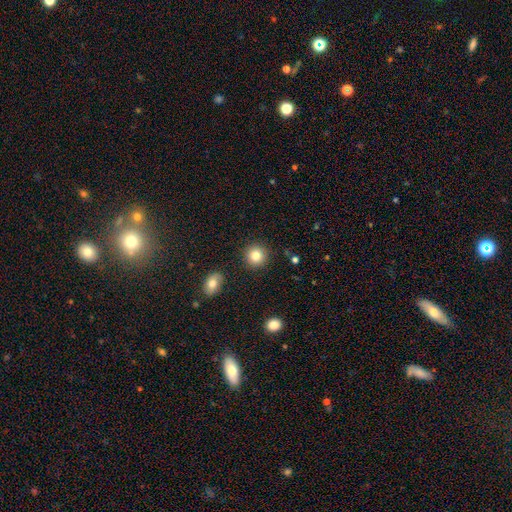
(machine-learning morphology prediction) Smooth or featured?
  - smooth: 83% *
  - star or artifact: 9%
  - featured or disk: 7%
How rounded?
  - round: 92% *
  - in between: 7%
  - cigar-shaped: 1%
Merging?
  - none: 90% *
  - minor disturbance: 6%
  - major disturbance: 2%
  - merger: 2%